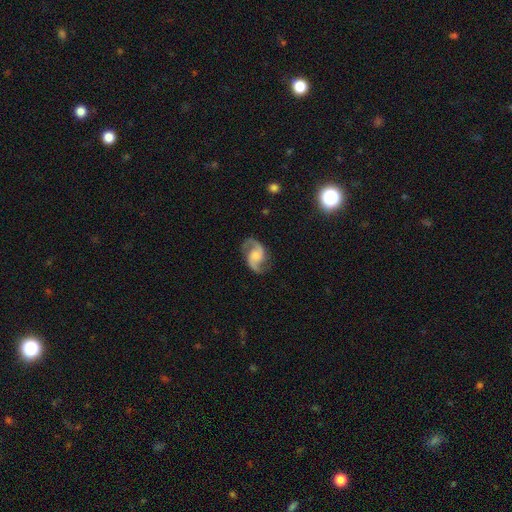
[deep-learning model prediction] smooth_or_featured: featured or disk (p=0.88) [alt: smooth p=0.07]
disk_edge_on: no (p=0.98) [alt: yes p=0.02]
bar: no (p=0.57) [alt: weak p=0.35]
has_spiral_arms: yes (p=0.98) [alt: no p=0.02]
spiral_winding: medium (p=0.51) [alt: loose p=0.38]
spiral_arm_count: 2 (p=0.94) [alt: can't tell p=0.02]
bulge_size: moderate (p=0.33) [alt: small p=0.26]
merging: none (p=0.81) [alt: minor disturbance p=0.13]